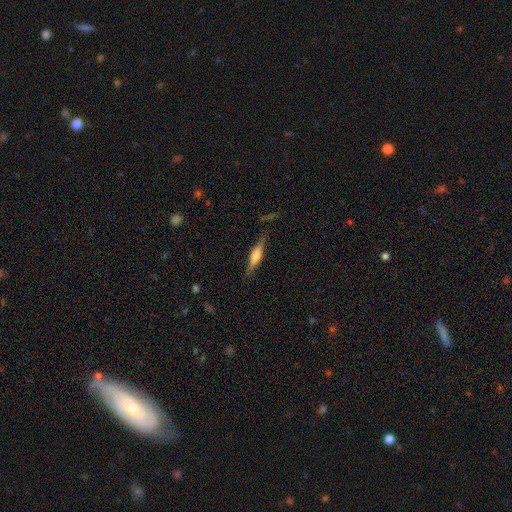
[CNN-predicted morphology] smooth_or_featured: featured or disk (p=0.55) [alt: smooth p=0.39]
disk_edge_on: yes (p=0.94) [alt: no p=0.06]
edge_on_bulge: rounded (p=0.76) [alt: boxy p=0.16]
merging: none (p=0.80) [alt: minor disturbance p=0.14]